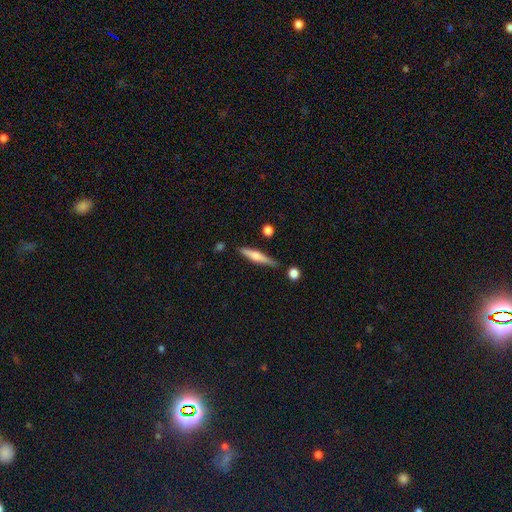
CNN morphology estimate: This is possibly a featured or disk galaxy (47%, tied with smooth). Merging: clearly none (80%).